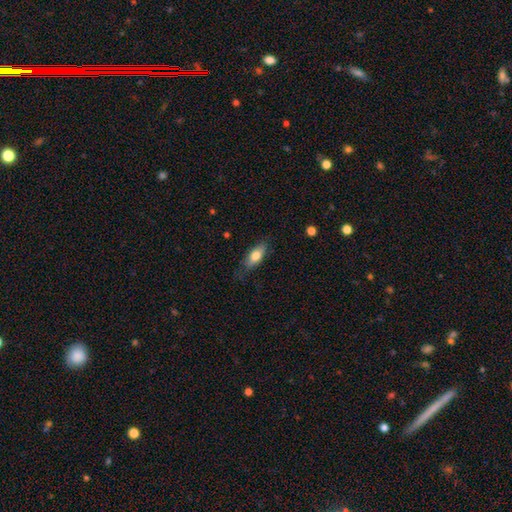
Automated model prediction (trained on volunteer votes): This appears to be a smooth galaxy with no disk features (75%) that is in between round and cigar-shaped (75%). Merging: none (76%).